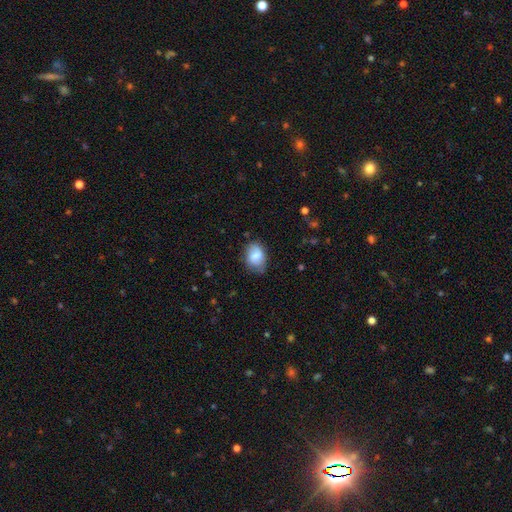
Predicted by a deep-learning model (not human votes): Smooth or featured?
  - smooth: 79% *
  - featured or disk: 14%
  - star or artifact: 7%
How rounded?
  - in between: 77% *
  - round: 21%
  - cigar-shaped: 1%
Merging?
  - none: 66% *
  - minor disturbance: 27%
  - major disturbance: 6%
  - merger: 2%